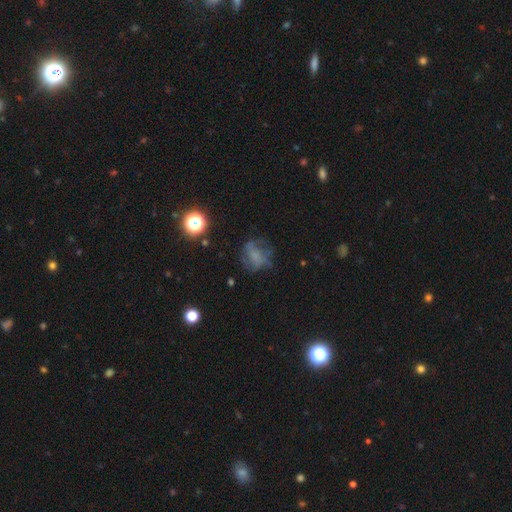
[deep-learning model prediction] Q: Smooth or featured?
A: featured or disk (42%); runner-up: smooth (39%)
Q: Merging?
A: none (56%); runner-up: minor disturbance (21%)